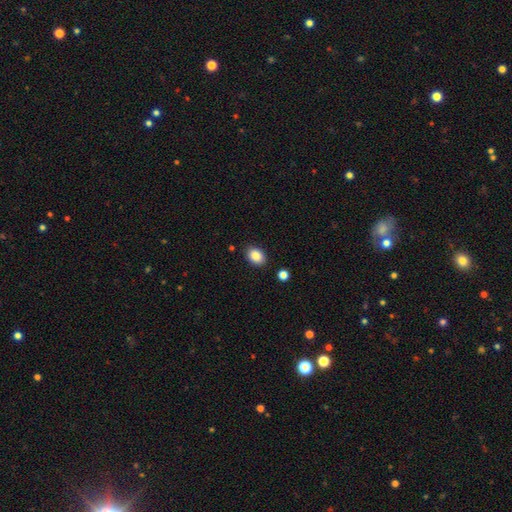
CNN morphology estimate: smooth-or-featured: smooth: 88% | star or artifact: 8% | featured or disk: 4%
  how-rounded: in between: 76% | round: 23% | cigar-shaped: 1%
  merging: none: 86% | minor disturbance: 10% | major disturbance: 3% | merger: 2%